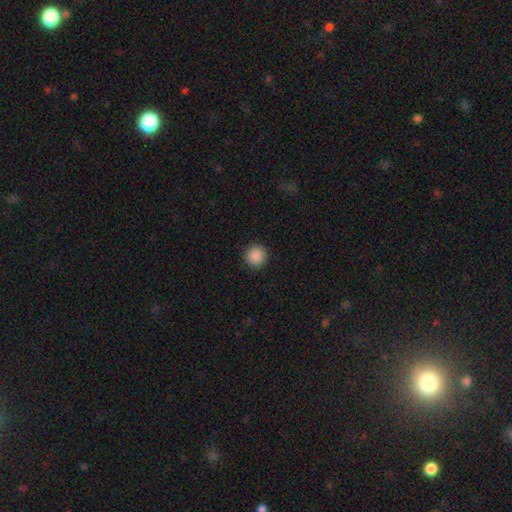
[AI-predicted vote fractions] Smooth or featured?
  - smooth: 88% *
  - star or artifact: 9%
  - featured or disk: 2%
How rounded?
  - round: 94% *
  - in between: 5%
  - cigar-shaped: 1%
Merging?
  - none: 92% *
  - minor disturbance: 5%
  - major disturbance: 2%
  - merger: 1%